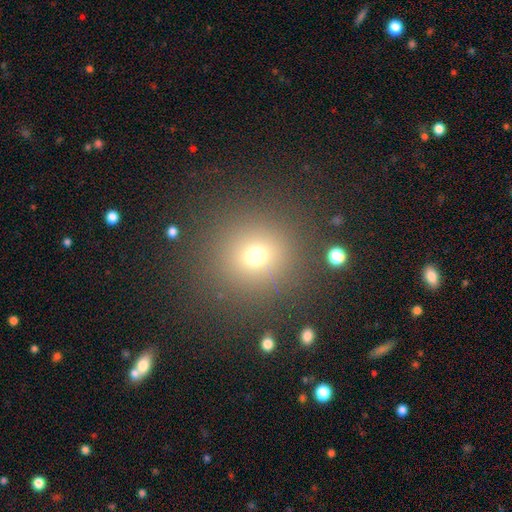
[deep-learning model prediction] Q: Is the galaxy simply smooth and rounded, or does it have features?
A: smooth — 69%.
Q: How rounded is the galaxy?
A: round — 91%.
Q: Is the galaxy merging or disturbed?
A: none — 87%.